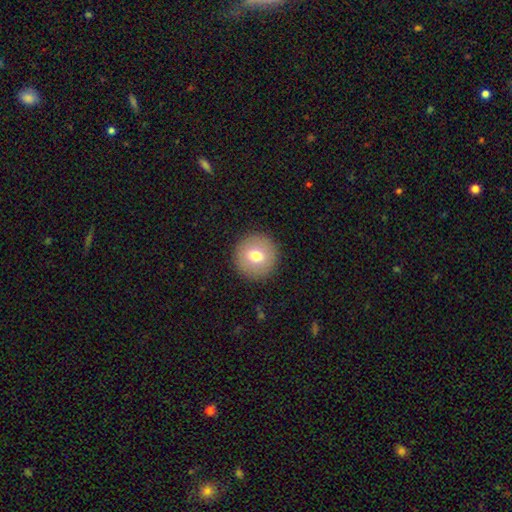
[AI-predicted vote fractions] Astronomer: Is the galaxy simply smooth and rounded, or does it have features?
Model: smooth — 72%.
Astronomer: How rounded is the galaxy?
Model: round — 94%.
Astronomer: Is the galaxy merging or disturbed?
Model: none — 91%.